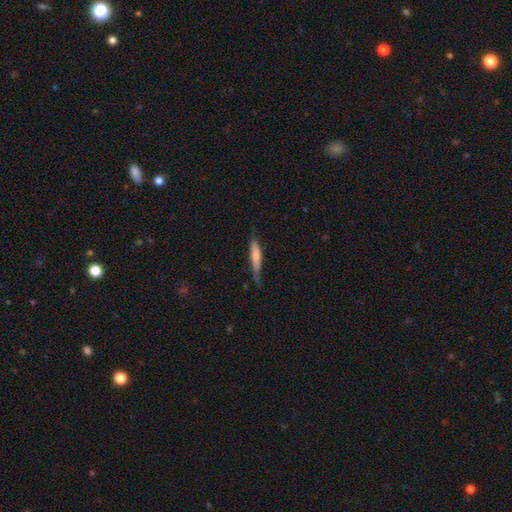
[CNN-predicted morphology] Smooth or featured? smooth (64%)
How rounded? cigar-shaped (86%)
Merging? none (64%)